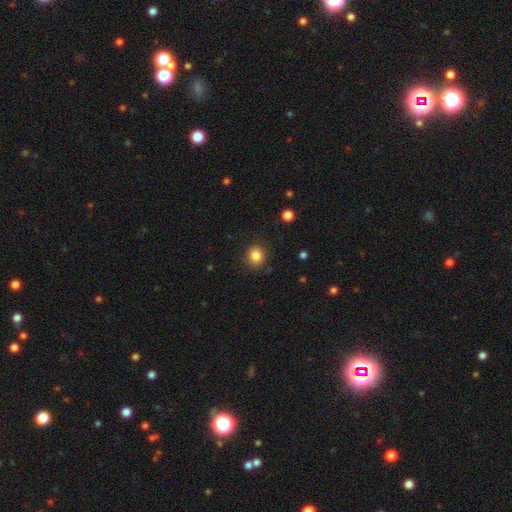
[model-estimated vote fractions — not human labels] smooth-or-featured: smooth: 84% | star or artifact: 11% | featured or disk: 5%
  how-rounded: round: 83% | in between: 16% | cigar-shaped: 1%
  merging: none: 89% | minor disturbance: 8% | major disturbance: 3% | merger: 1%